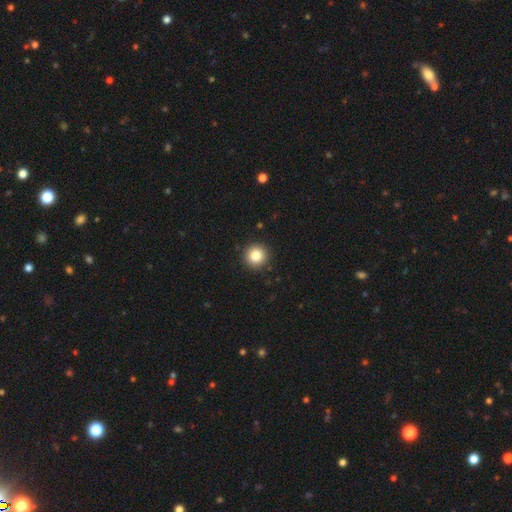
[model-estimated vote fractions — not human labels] Q: Smooth or featured?
A: smooth (83%); runner-up: star or artifact (10%)
Q: How rounded?
A: round (95%); runner-up: in between (4%)
Q: Merging?
A: none (92%); runner-up: minor disturbance (5%)